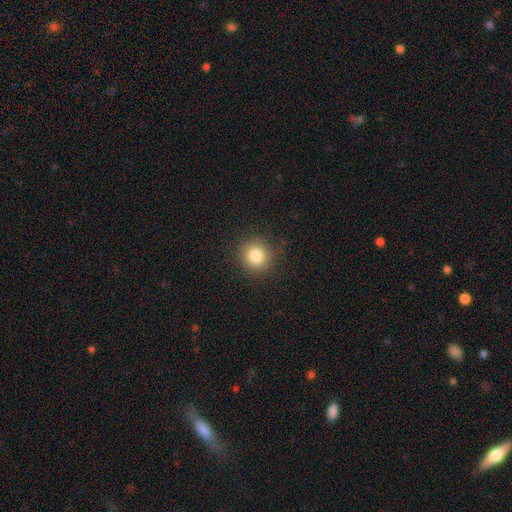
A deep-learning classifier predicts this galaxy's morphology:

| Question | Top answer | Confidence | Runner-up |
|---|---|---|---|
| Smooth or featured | smooth | 83% | star or artifact (11%) |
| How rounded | round | 92% | in between (7%) |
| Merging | none | 89% | minor disturbance (7%) |